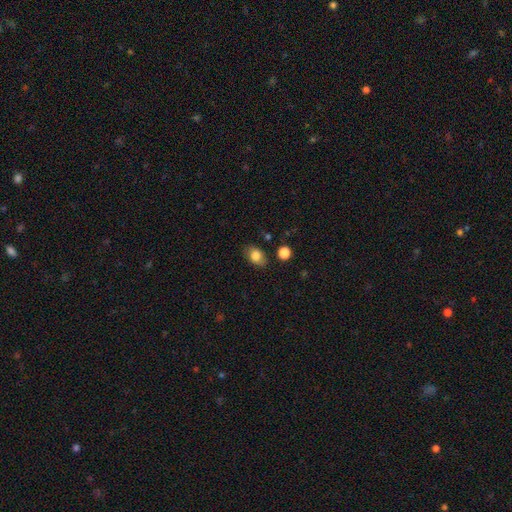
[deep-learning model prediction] Morphology: type=smooth (82%); roundness=in between (79%); merging=none (79%).